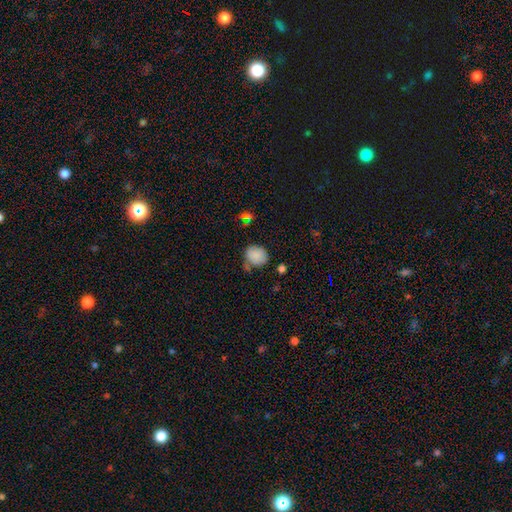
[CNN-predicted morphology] Overall: smooth (84%). How rounded: round (74%). Merging: none (59%; minor disturbance 25%).